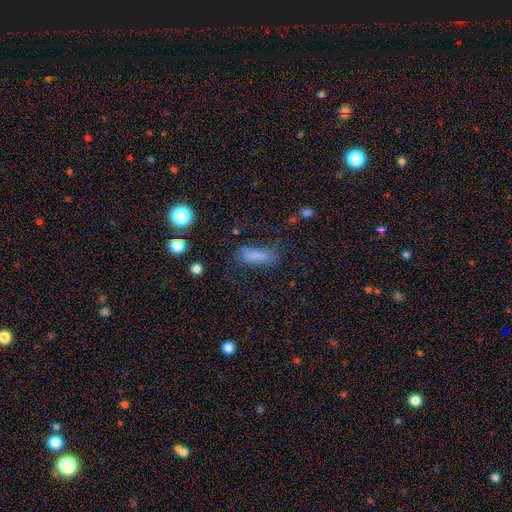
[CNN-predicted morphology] A smooth galaxy with no disk features (69%) that is in between round and cigar-shaped (64%). Merging: none (48%).